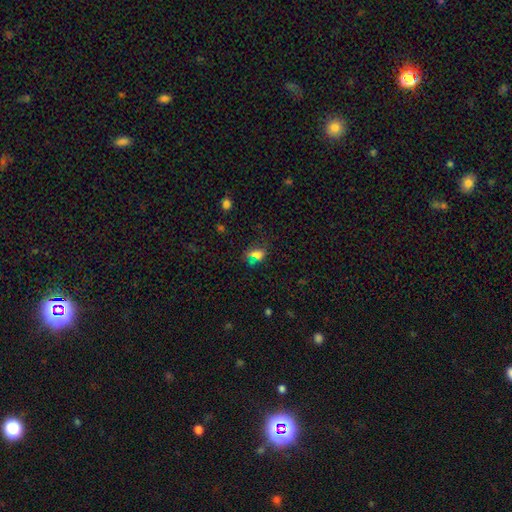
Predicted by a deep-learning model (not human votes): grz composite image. It shows a smooth galaxy with no disk features (64%) that is in between round and cigar-shaped (67%). Merging: none (63%).